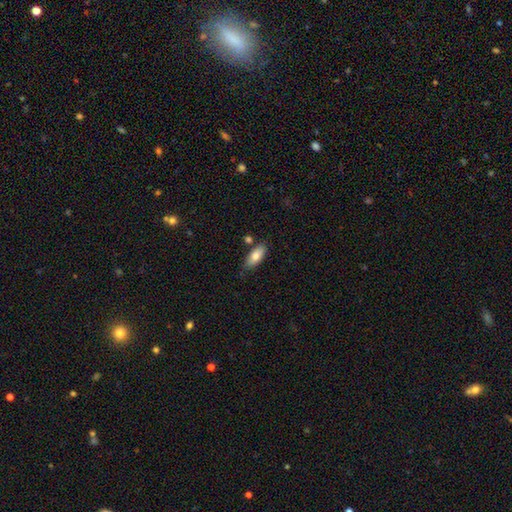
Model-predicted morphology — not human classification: Overall: smooth (80%). How rounded: in between (84%). Merging: none (76%).